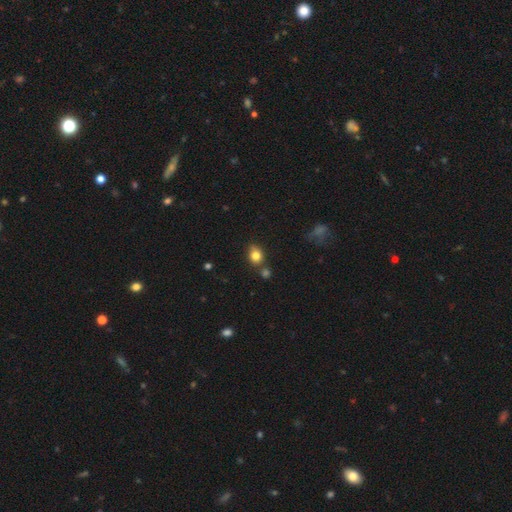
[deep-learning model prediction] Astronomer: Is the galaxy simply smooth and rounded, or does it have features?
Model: smooth — 81%.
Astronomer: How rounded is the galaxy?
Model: round — 55% (runner-up: in between, 43%).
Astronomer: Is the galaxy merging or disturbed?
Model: none — 68%.